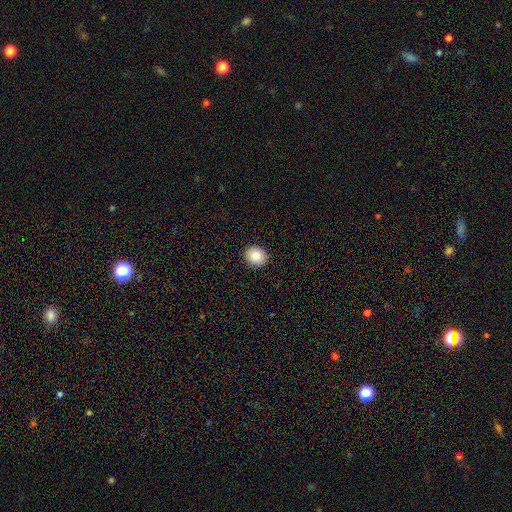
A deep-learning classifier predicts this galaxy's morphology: Overall: smooth (84%). How rounded: round (76%). Merging: none (92%).